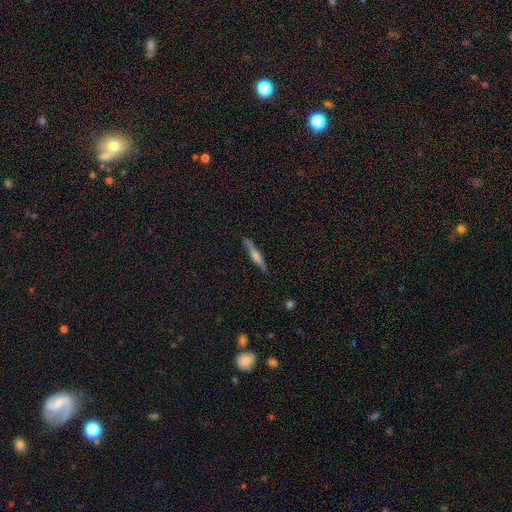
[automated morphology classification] Smooth or featured? Predicted: featured or disk (p=0.58). Edge-on disk? Predicted: yes (p=0.97). Edge-on bulge? Predicted: rounded (p=0.70). Merging? Predicted: none (p=0.88).